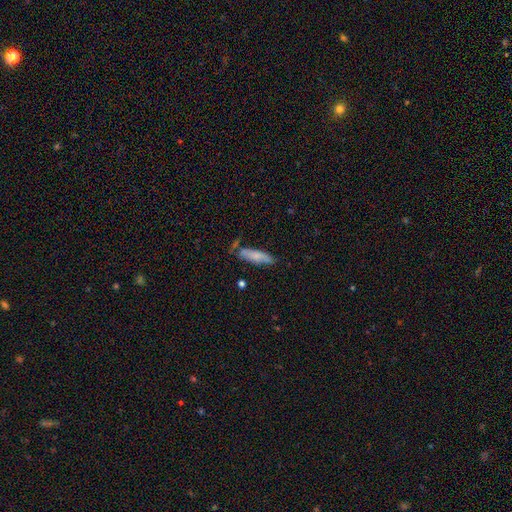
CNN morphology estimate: smooth-or-featured: smooth: 74% | featured or disk: 20% | star or artifact: 6%
  how-rounded: cigar-shaped: 63% | in between: 35% | round: 2%
  merging: none: 66% | minor disturbance: 22% | merger: 7% | major disturbance: 5%